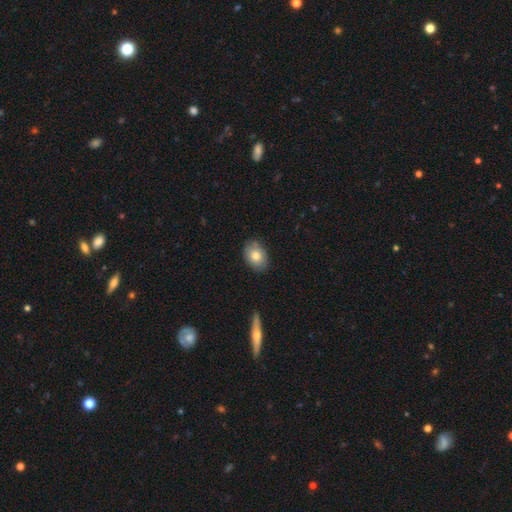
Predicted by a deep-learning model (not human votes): Smooth or featured? smooth (78%)
How rounded? in between (79%)
Merging? none (85%)